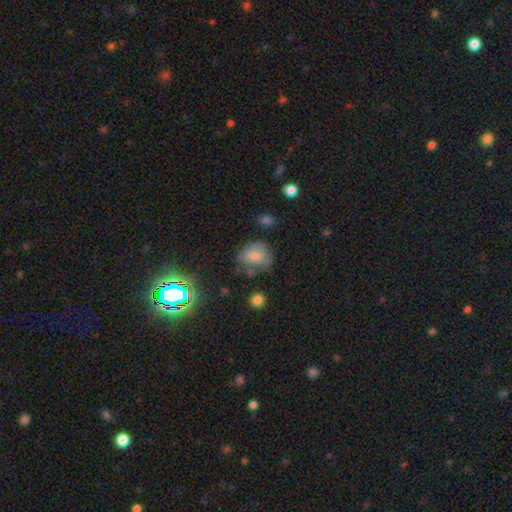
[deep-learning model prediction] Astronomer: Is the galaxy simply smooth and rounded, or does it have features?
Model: smooth — 63%.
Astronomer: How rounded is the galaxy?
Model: round — 55% (runner-up: in between, 44%).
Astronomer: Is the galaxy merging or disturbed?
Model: none — 54% (runner-up: minor disturbance, 29%).